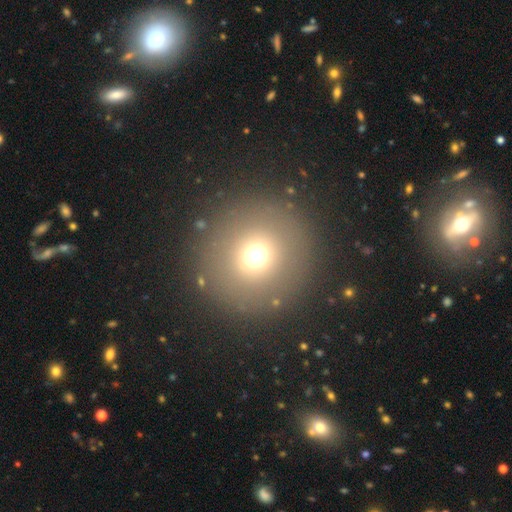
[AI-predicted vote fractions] Smooth or featured? Predicted: smooth (p=0.68). How rounded? Predicted: round (p=0.95). Merging? Predicted: none (p=0.87).